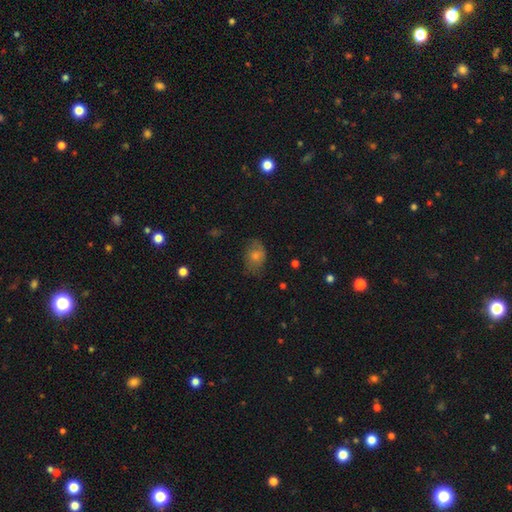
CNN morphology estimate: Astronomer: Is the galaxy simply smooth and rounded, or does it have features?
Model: smooth — 56%.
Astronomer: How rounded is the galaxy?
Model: in between — 69%.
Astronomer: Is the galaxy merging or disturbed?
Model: none — 69%.